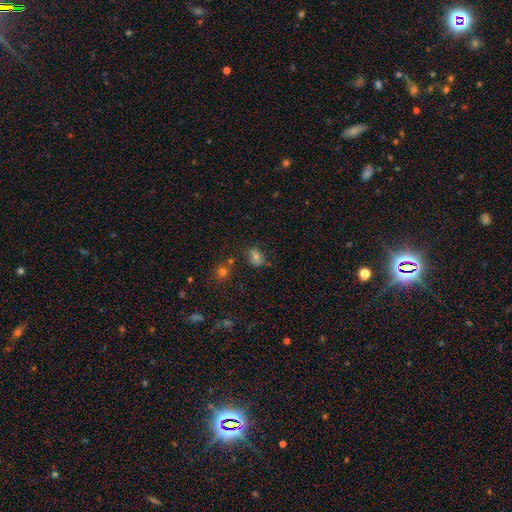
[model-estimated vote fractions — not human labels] Smooth or featured? Predicted: smooth (p=0.64). How rounded? Predicted: in between (p=0.65). Merging? Predicted: none (p=0.70).